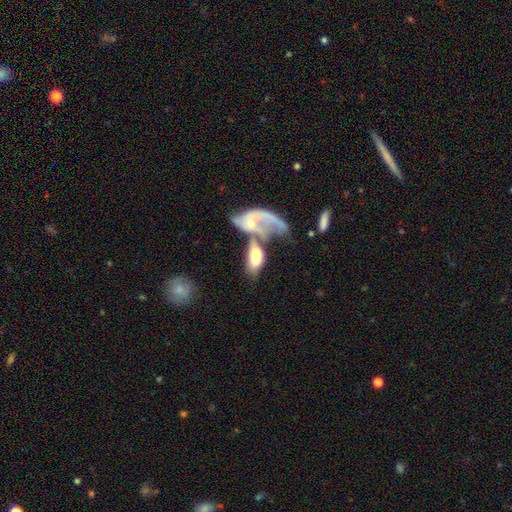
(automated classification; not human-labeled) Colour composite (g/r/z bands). It shows a smooth galaxy with no disk features (56%) that is in between round and cigar-shaped (87%). Merging: merger (60%).